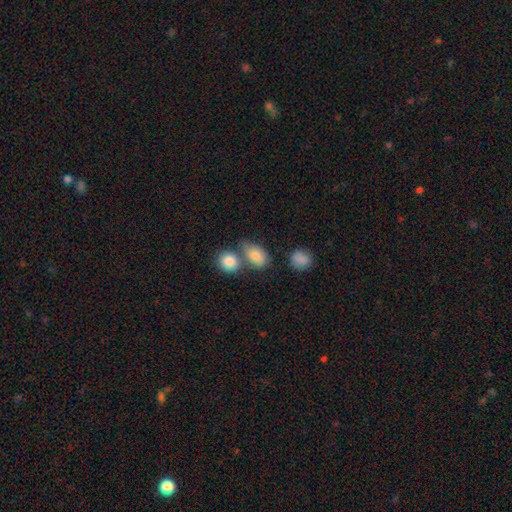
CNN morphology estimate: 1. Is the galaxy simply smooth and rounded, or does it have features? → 82% smooth, 9% featured or disk, 8% star or artifact.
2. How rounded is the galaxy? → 80% in between, 18% round, 2% cigar-shaped.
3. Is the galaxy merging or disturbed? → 43% none, 37% merger, 14% minor disturbance, 6% major disturbance.